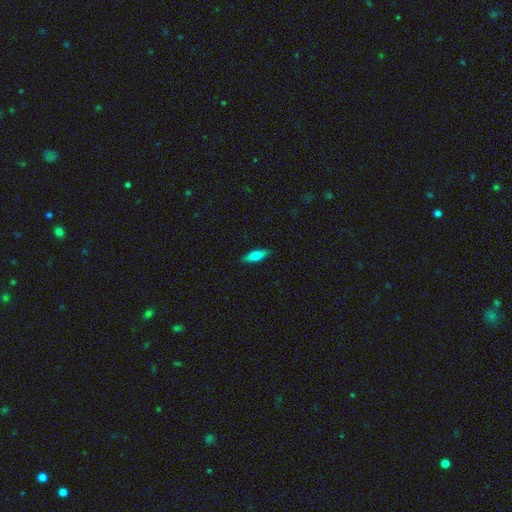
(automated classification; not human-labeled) A smooth galaxy with no disk features (70%) that is cigar-shaped (50%).

Vote fractions:
- Smooth or featured? smooth: 70% / featured or disk: 24% / star or artifact: 6%
- How rounded? cigar-shaped: 50% / in between: 48% / round: 2%
- Merging? none: 89% / minor disturbance: 8% / major disturbance: 2% / merger: 1%